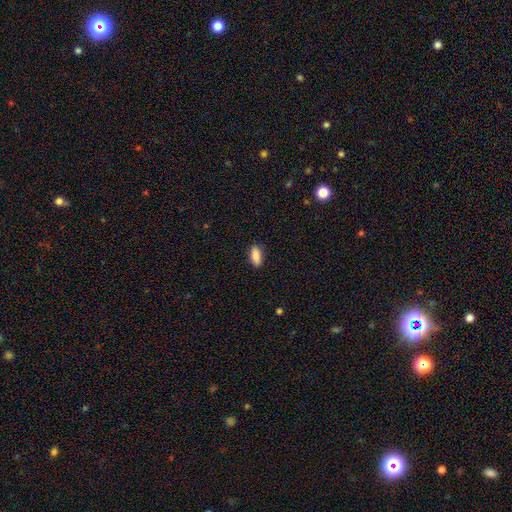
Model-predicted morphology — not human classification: Smooth or featured? smooth (88%)
How rounded? in between (84%)
Merging? none (88%)